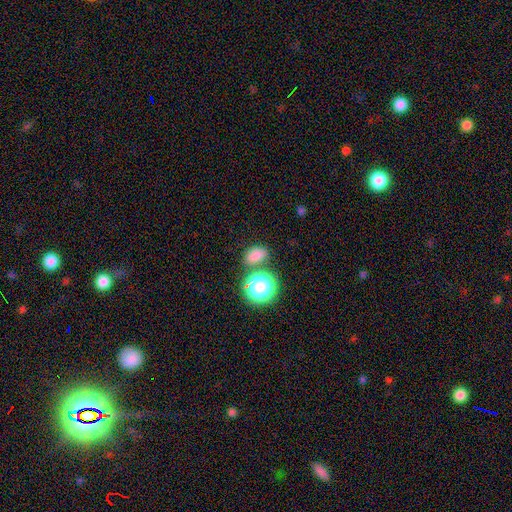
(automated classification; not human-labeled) This appears to be a smooth galaxy with no disk features (76%) that is in between round and cigar-shaped (66%). Merging: none (69%).